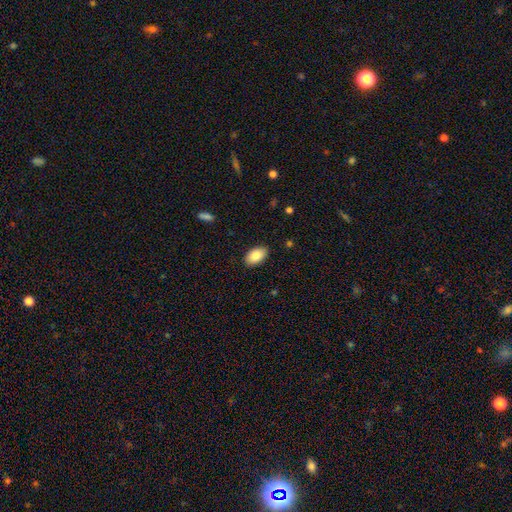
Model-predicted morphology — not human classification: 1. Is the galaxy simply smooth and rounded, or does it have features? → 86% smooth, 7% featured or disk, 7% star or artifact.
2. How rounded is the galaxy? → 93% in between, 5% round, 1% cigar-shaped.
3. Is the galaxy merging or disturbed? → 87% none, 10% minor disturbance, 2% major disturbance, 1% merger.